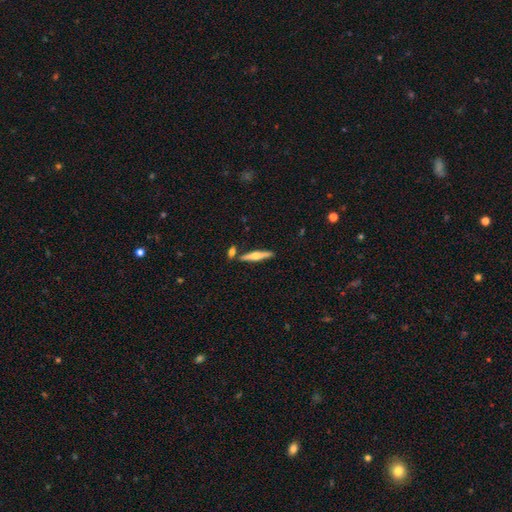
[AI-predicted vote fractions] This appears to be a featured or disk galaxy (59%) viewed edge-on (97%) with a rounded central bulge (89%). Merging: none (83%).